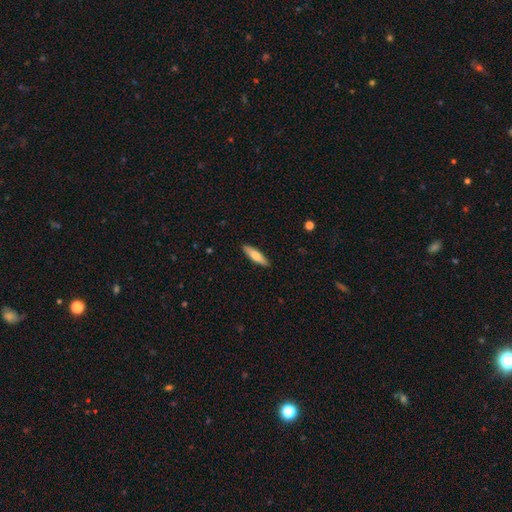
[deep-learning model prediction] Smooth or featured? smooth (70%)
How rounded? cigar-shaped (68%)
Merging? none (90%)